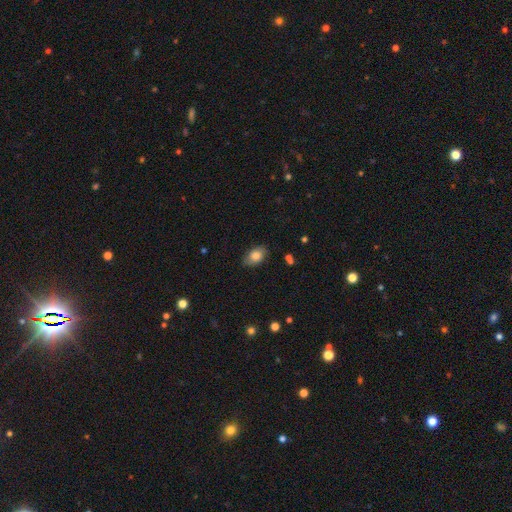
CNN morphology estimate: Smooth or featured?
  - smooth: 82% *
  - featured or disk: 10%
  - star or artifact: 8%
How rounded?
  - in between: 88% *
  - round: 10%
  - cigar-shaped: 2%
Merging?
  - none: 81% *
  - minor disturbance: 15%
  - major disturbance: 3%
  - merger: 1%